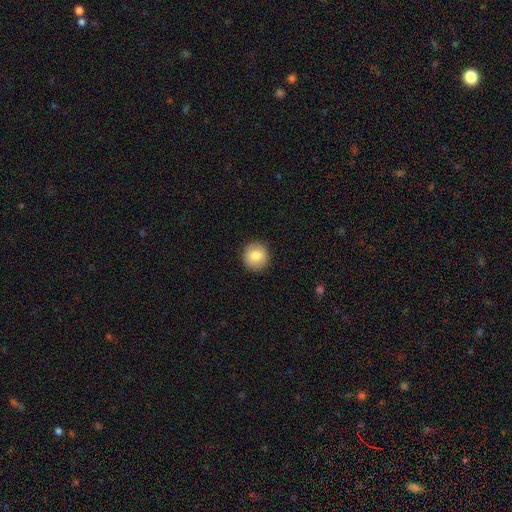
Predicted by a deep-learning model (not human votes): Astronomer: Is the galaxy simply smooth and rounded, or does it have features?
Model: smooth — 81%.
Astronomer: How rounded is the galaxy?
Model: round — 92%.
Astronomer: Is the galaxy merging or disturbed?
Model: none — 91%.